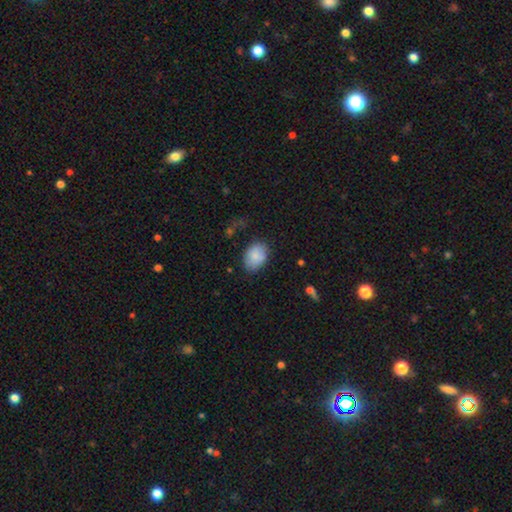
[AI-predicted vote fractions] Smooth or featured: smooth — 81% (featured or disk — 11%)
How rounded: in between — 77% (round — 22%)
Merging: none — 70% (minor disturbance — 21%)